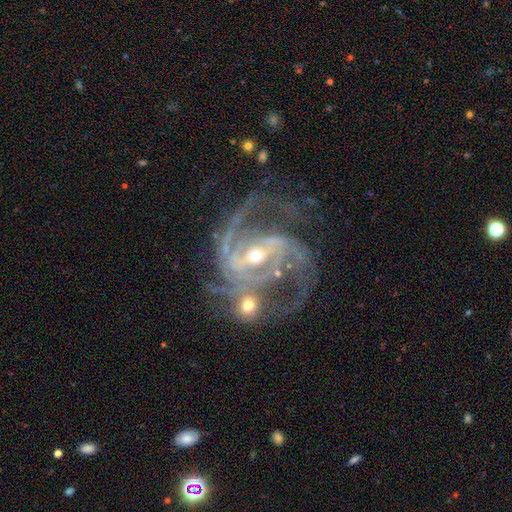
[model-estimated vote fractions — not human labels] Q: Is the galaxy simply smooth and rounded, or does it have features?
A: featured or disk — 91%.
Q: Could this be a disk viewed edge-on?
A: no — 98%.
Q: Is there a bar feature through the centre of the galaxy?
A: strong — 47%.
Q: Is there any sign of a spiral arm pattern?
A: yes — 98%.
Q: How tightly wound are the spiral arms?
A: medium — 56%.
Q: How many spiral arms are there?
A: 2 — 46%.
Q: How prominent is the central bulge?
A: small — 63%.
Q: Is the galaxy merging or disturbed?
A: none — 46%.